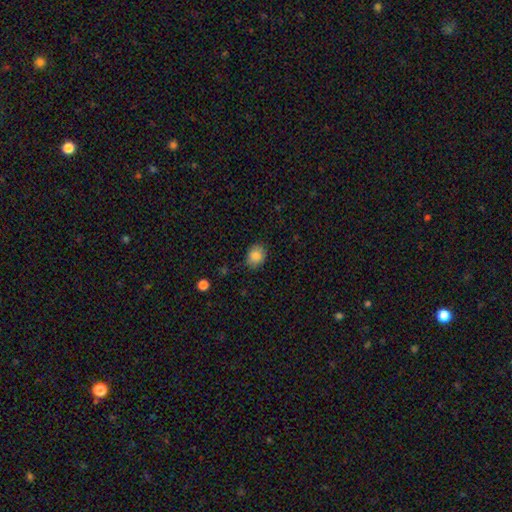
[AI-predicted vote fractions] The model was most divided on "how rounded": round: 56%, in between: 43%, cigar-shaped: 1%. More confident: smooth or featured — smooth (86%); merging — none (82%).